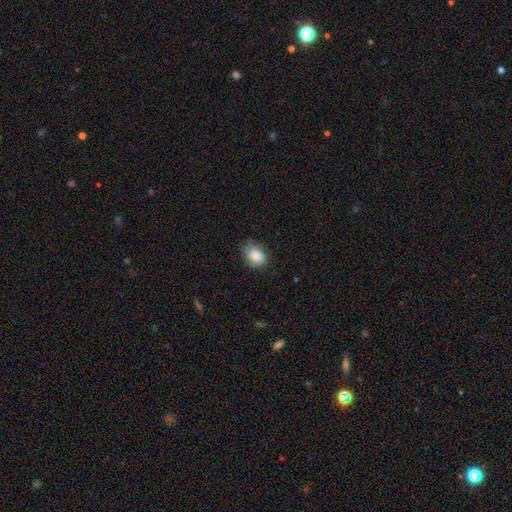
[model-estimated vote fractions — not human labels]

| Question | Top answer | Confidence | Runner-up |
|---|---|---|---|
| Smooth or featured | smooth | 81% | featured or disk (11%) |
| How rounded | in between | 70% | round (29%) |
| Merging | none | 67% | minor disturbance (26%) |